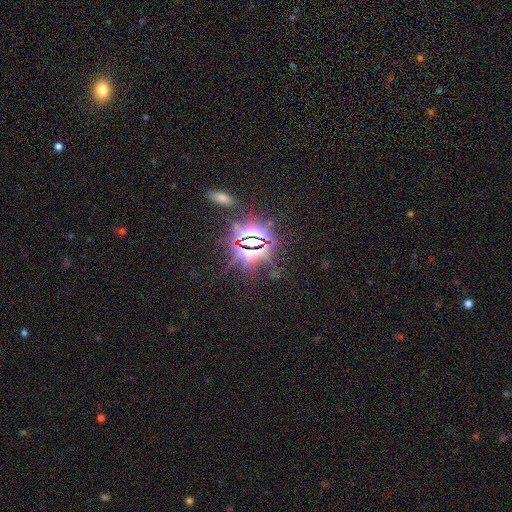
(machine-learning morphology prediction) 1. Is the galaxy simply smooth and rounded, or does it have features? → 84% star or artifact, 8% featured or disk, 8% smooth.